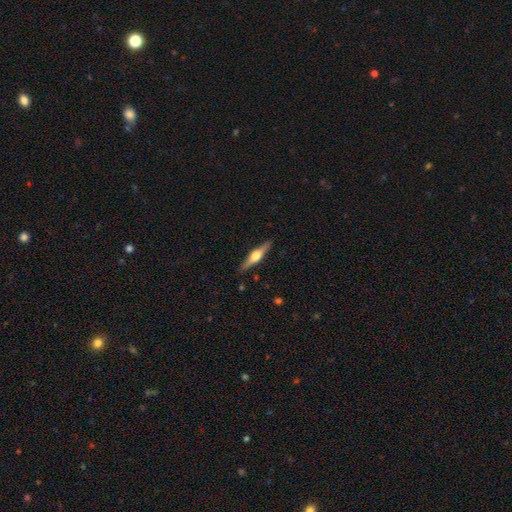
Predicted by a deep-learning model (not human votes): Smooth or featured?
  - featured or disk: 72% *
  - smooth: 23%
  - star or artifact: 5%
Edge-on disk?
  - yes: 98% *
  - no: 2%
Edge-on bulge?
  - rounded: 95% *
  - boxy: 4%
  - none: 2%
Merging?
  - none: 90% *
  - minor disturbance: 8%
  - major disturbance: 2%
  - merger: 1%